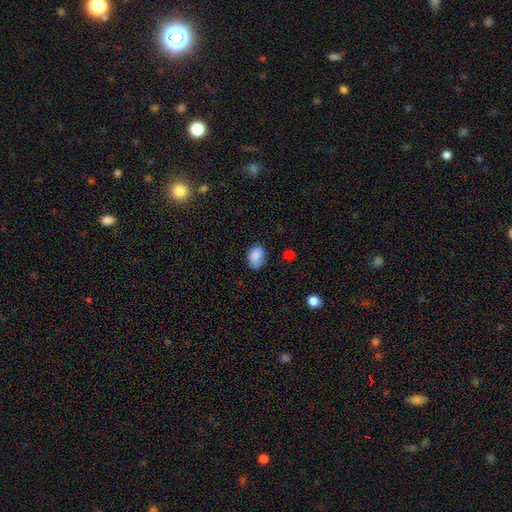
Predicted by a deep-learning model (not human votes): The model was most divided on "merging": none: 75%, minor disturbance: 20%, major disturbance: 4%, merger: 1%. More confident: smooth or featured — smooth (87%); how rounded — in between (82%).